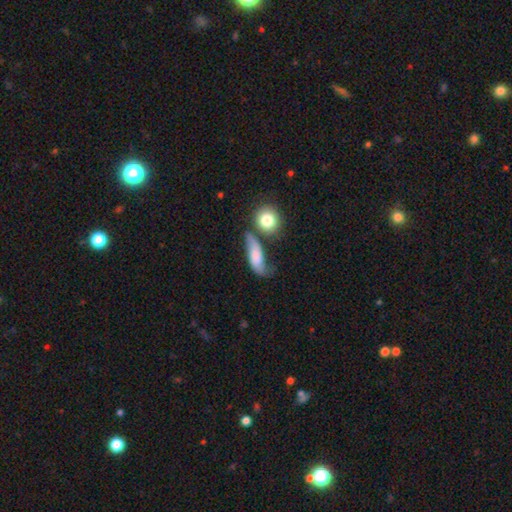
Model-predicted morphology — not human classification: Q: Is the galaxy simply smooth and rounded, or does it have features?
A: smooth — 59%.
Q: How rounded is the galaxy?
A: in between — 60%.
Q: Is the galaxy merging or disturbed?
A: none — 41%.